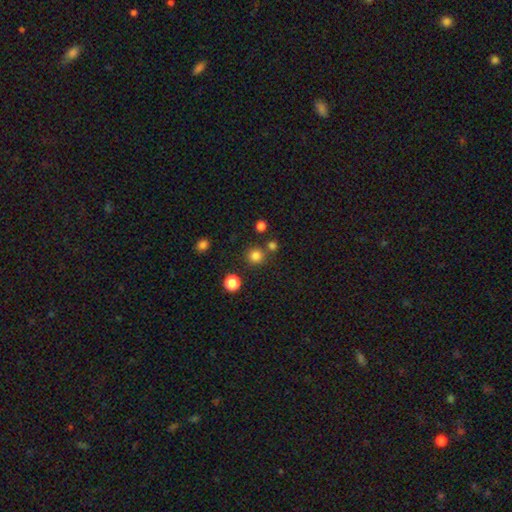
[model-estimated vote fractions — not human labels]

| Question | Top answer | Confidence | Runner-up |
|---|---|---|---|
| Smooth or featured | smooth | 80% | star or artifact (16%) |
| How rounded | round | 93% | in between (6%) |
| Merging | none | 80% | merger (11%) |